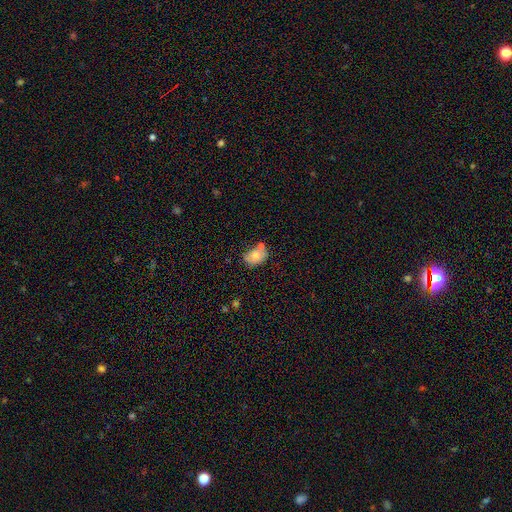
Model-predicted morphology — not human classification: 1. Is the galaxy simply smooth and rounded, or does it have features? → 70% smooth, 22% featured or disk, 8% star or artifact.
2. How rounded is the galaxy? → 73% in between, 26% round, 1% cigar-shaped.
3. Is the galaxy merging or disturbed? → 47% none, 25% minor disturbance, 22% merger, 7% major disturbance.